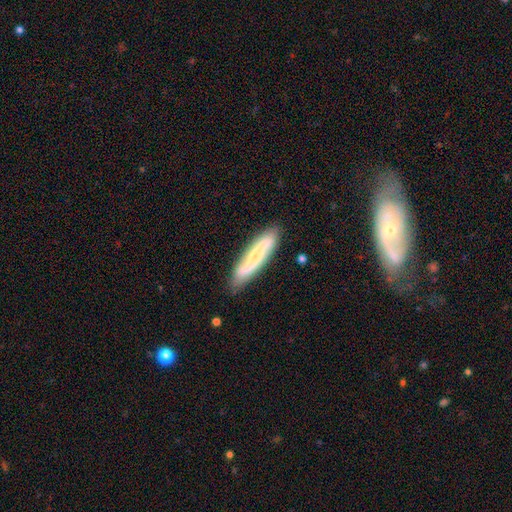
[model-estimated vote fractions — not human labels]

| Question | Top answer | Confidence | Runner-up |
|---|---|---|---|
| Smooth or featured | featured or disk | 62% | smooth (31%) |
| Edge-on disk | no | 72% | yes (28%) |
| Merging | none | 84% | minor disturbance (12%) |